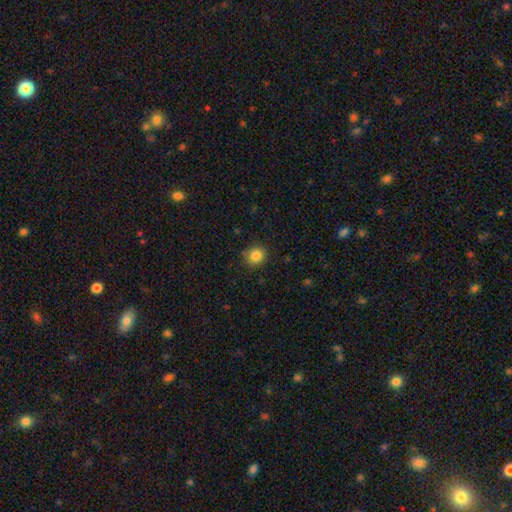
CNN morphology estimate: Overall: smooth (85%). How rounded: round (84%). Merging: none (87%).